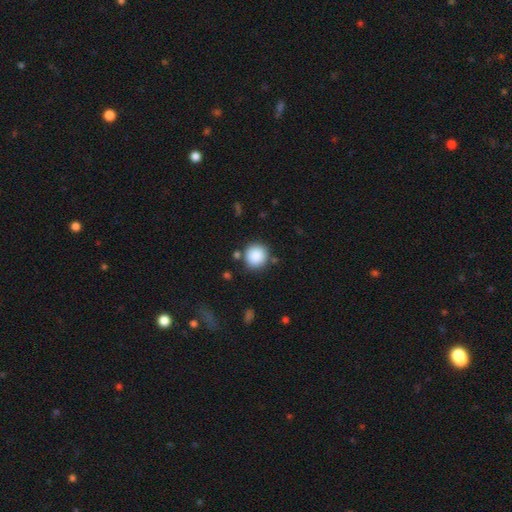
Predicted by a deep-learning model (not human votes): smooth 88%, star or artifact 9%, featured or disk 4%. Down the decision tree: how rounded — round (92%); merging — none (82%).